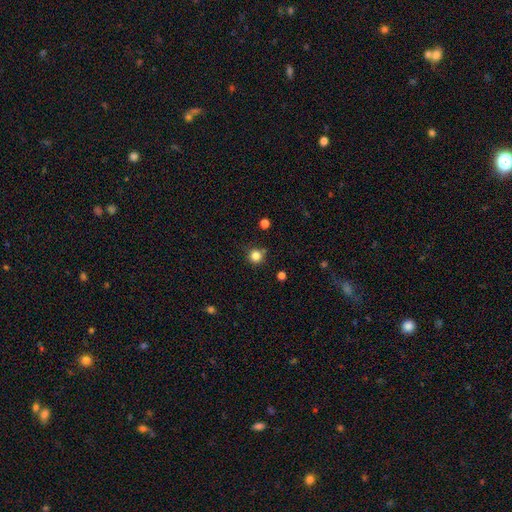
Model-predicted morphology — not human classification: A smooth galaxy with no disk features (81%) that is round (94%). Merging: none (79%).